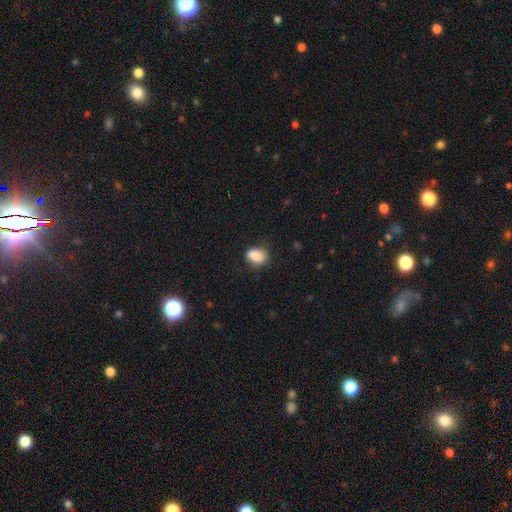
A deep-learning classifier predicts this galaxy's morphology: type=smooth (87%); roundness=in between (71%); merging=none (72%).